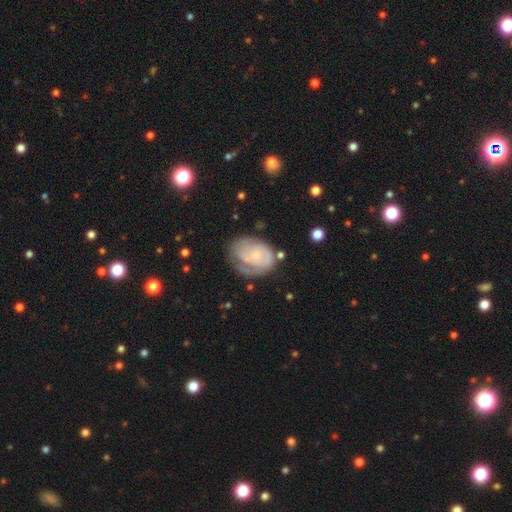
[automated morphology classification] The model was most divided on "spiral arm count": can't tell: 39%, 2: 28%, 1: 18%, 3: 9%, 4: 3%, more than 4: 3%. Remaining: edge-on disk — no (97%); spiral arms — yes (80%); bar — no (77%); bulge size — small (76%); smooth or featured — featured or disk (65%); spiral winding — tight (54%); merging — none (49%).